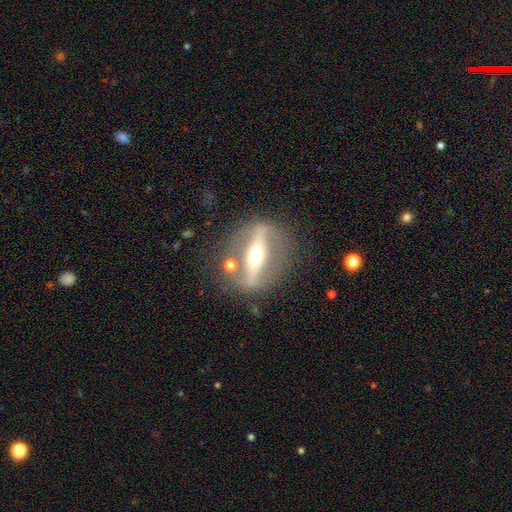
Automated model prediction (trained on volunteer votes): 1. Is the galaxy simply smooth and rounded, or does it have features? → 80% featured or disk, 14% smooth, 6% star or artifact.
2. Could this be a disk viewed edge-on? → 52% yes, 48% no.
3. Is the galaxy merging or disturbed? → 75% none, 12% minor disturbance, 9% major disturbance, 4% merger.